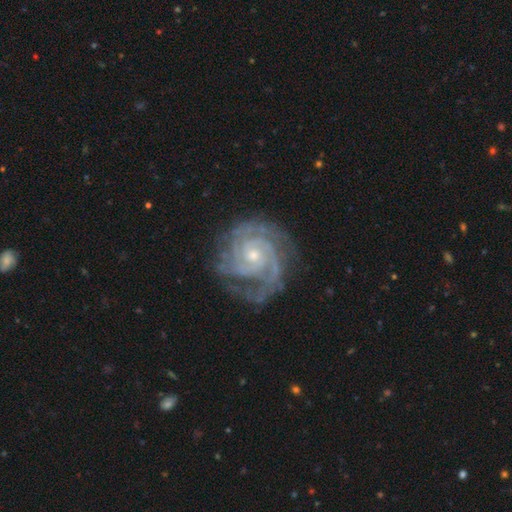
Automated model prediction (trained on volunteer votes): This is clearly a featured or disk galaxy (92%). It is clearly not viewed edge-on (98%). Bar: likely no (70%). Spiral arm pattern: clearly yes (99%). Spiral arm count: marginally 3 (34%). Spiral winding: likely tight (74%). Central bulge: likely small (63%). Merging: likely none (75%).